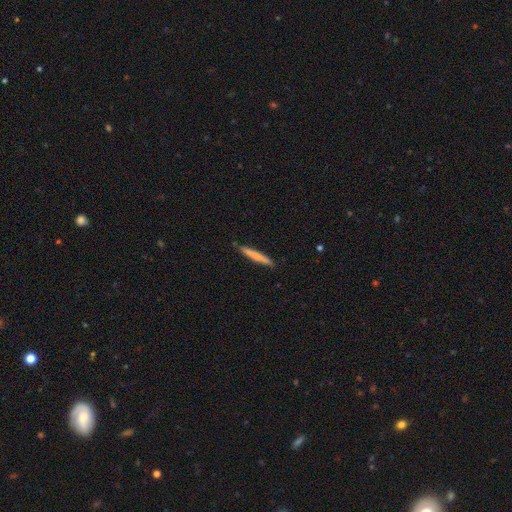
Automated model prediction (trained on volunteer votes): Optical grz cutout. It shows a smooth galaxy with no disk features (67%) that is cigar-shaped (96%). Merging: none (87%).